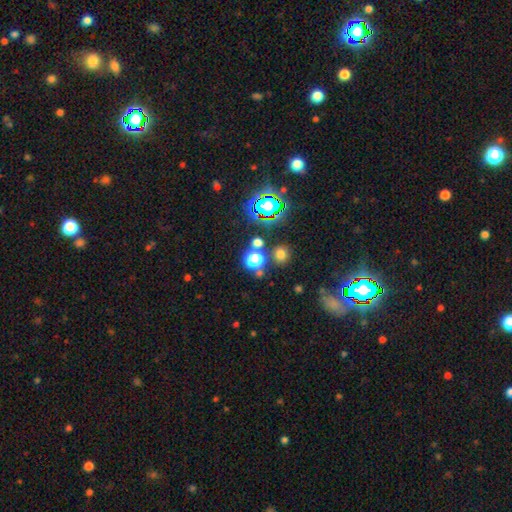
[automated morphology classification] smooth_or_featured: smooth (p=0.51) [alt: star or artifact p=0.41]
how_rounded: round (p=0.87) [alt: in between p=0.11]
merging: none (p=0.76) [alt: merger p=0.13]